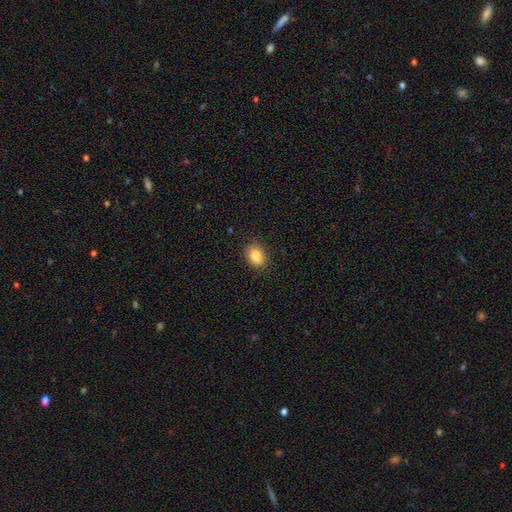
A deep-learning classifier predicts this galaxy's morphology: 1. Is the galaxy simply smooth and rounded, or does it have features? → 87% smooth, 8% star or artifact, 5% featured or disk.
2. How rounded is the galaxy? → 65% in between, 34% round, 1% cigar-shaped.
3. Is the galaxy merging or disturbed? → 83% none, 13% minor disturbance, 3% major disturbance, 1% merger.